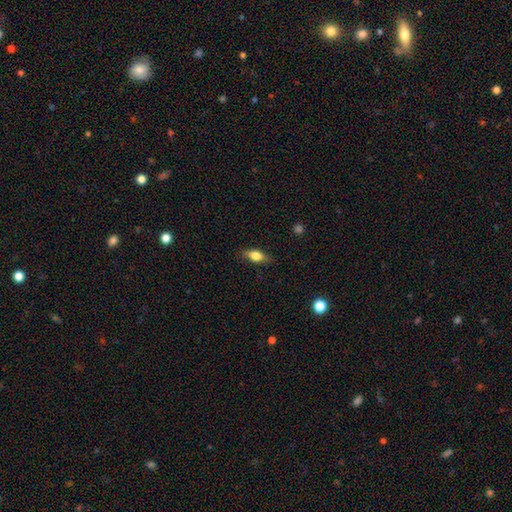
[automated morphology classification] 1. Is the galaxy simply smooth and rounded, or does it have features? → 69% smooth, 24% featured or disk, 8% star or artifact.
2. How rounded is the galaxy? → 75% in between, 18% cigar-shaped, 7% round.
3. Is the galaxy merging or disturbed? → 81% none, 14% minor disturbance, 3% major disturbance, 1% merger.